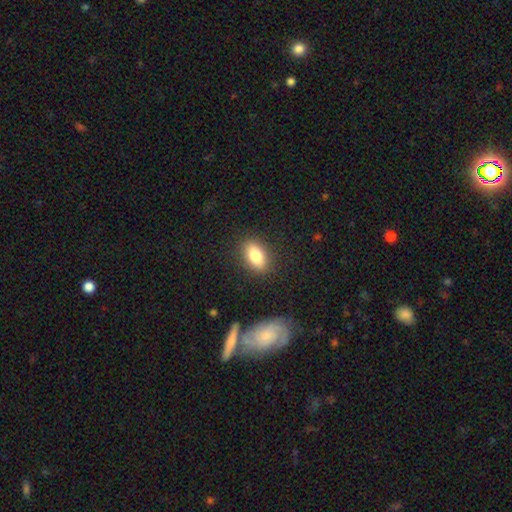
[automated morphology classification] Smooth or featured? smooth (83%)
How rounded? in between (88%)
Merging? none (86%)